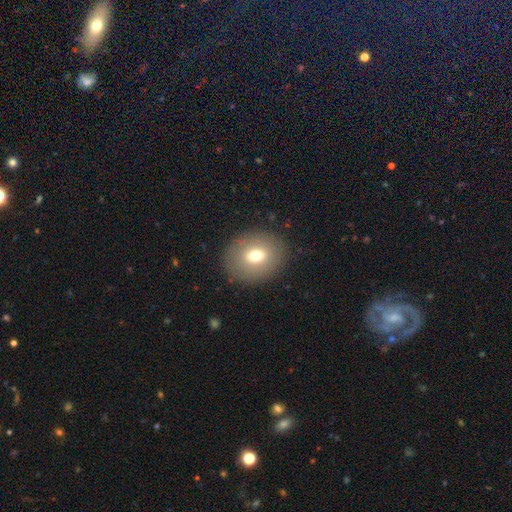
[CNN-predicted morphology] type=smooth (69%); roundness=round (54%); merging=none (87%).